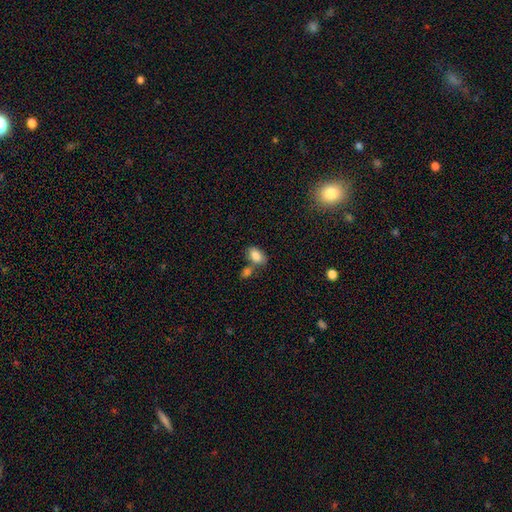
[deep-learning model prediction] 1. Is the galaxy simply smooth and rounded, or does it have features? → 85% smooth, 8% star or artifact, 8% featured or disk.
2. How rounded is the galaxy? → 89% in between, 9% round, 2% cigar-shaped.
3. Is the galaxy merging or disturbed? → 54% none, 27% merger, 14% minor disturbance, 4% major disturbance.